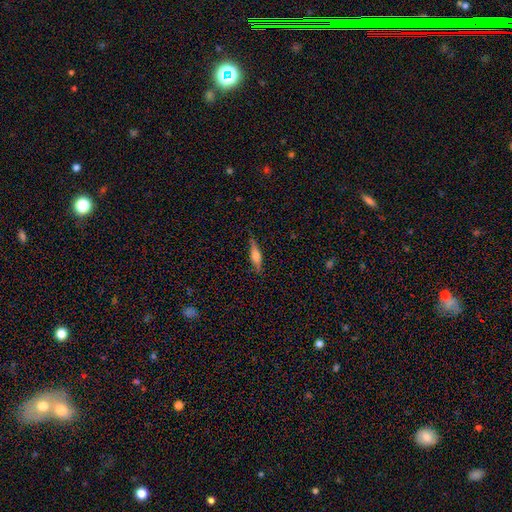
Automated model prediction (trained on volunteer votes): A featured or disk galaxy (49%).

Vote fractions:
- Smooth or featured? featured or disk: 49% / smooth: 43% / star or artifact: 8%
- Merging? none: 83% / minor disturbance: 13% / major disturbance: 3% / merger: 1%